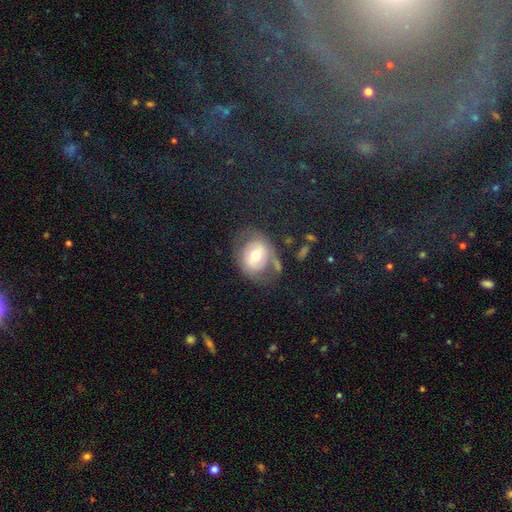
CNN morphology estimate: Smooth or featured: smooth — 49% (featured or disk — 43%)
Merging: none — 52% (minor disturbance — 23%)